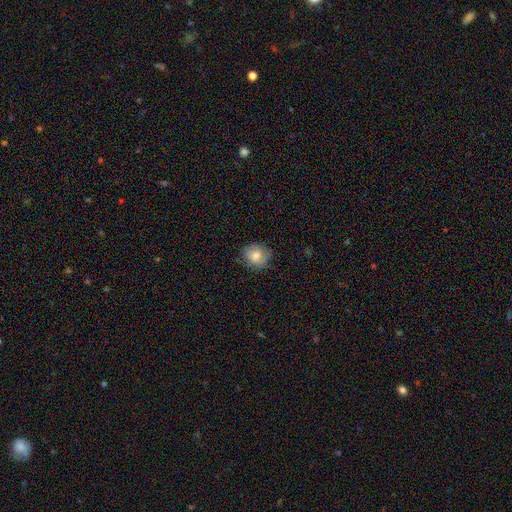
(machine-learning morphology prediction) type=smooth (71%); roundness=round (78%); merging=none (74%).